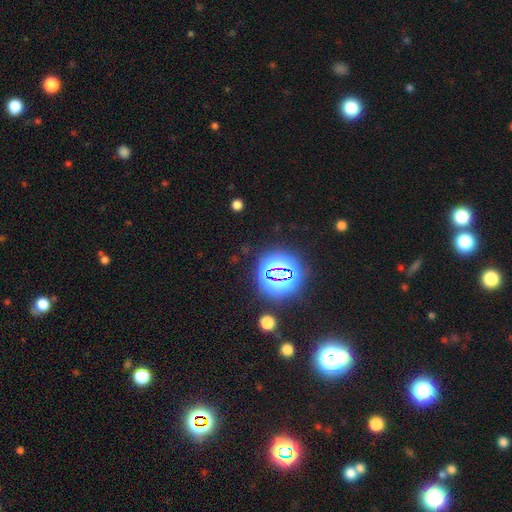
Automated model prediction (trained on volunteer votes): Smooth or featured?
  - star or artifact: 78% *
  - smooth: 15%
  - featured or disk: 6%